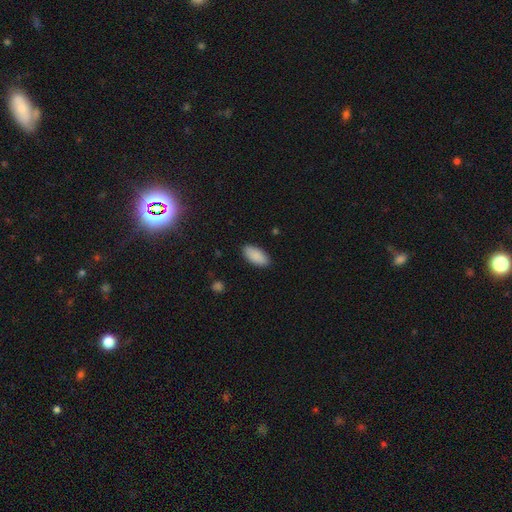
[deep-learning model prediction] The model was most divided on "merging": none: 88%, minor disturbance: 9%, major disturbance: 2%, merger: 1%. More confident: how rounded — in between (92%); smooth or featured — smooth (90%).